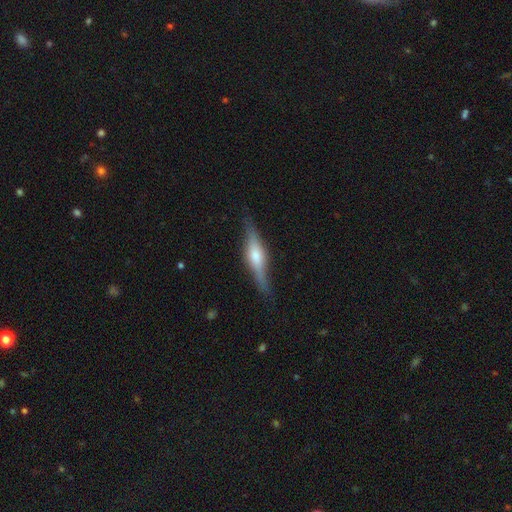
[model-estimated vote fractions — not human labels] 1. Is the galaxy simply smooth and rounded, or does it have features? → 66% featured or disk, 28% smooth, 6% star or artifact.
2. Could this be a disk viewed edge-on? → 95% yes, 5% no.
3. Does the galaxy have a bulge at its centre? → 79% rounded, 16% boxy, 5% none.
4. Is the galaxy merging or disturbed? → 83% none, 13% minor disturbance, 3% major disturbance, 1% merger.